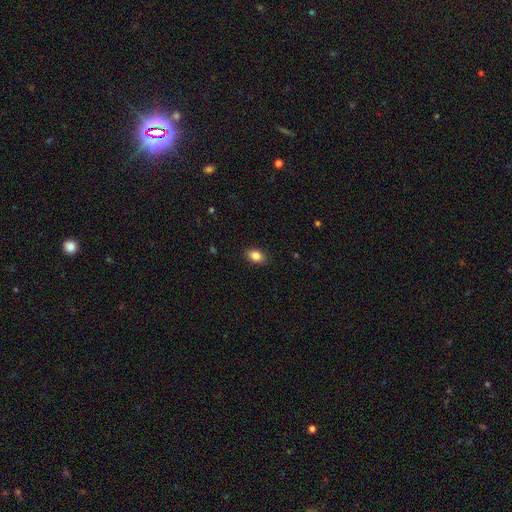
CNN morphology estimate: smooth-or-featured: smooth: 86% | star or artifact: 9% | featured or disk: 5%
  how-rounded: in between: 82% | round: 17% | cigar-shaped: 1%
  merging: none: 89% | minor disturbance: 8% | major disturbance: 2% | merger: 1%